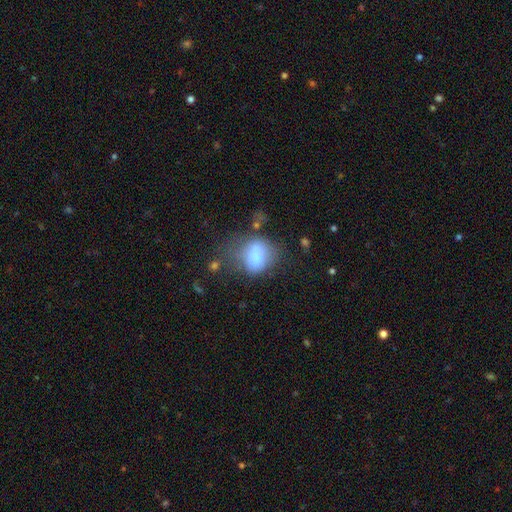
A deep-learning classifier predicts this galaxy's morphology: Q: Smooth or featured?
A: smooth (66%); runner-up: featured or disk (22%)
Q: How rounded?
A: in between (61%); runner-up: round (37%)
Q: Merging?
A: none (32%); runner-up: major disturbance (27%)